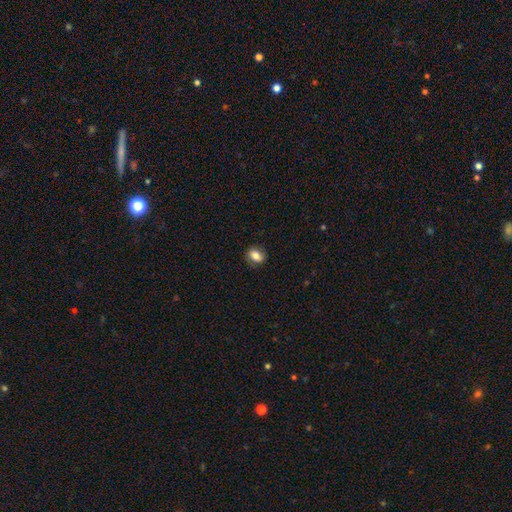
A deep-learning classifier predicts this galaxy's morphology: Smooth or featured? smooth (78%)
How rounded? in between (66%)
Merging? none (83%)